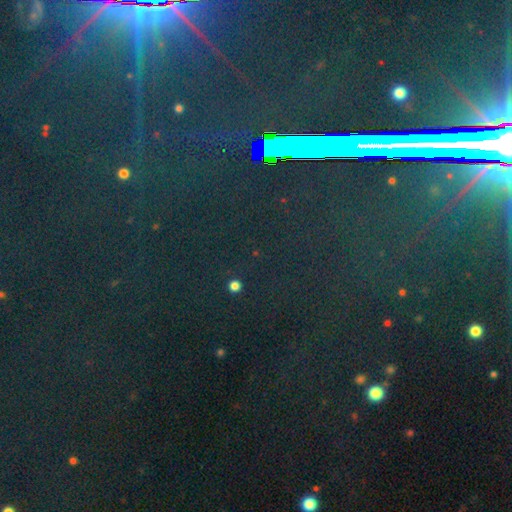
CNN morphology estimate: Smooth or featured?
  - star or artifact: 83% *
  - smooth: 9%
  - featured or disk: 8%